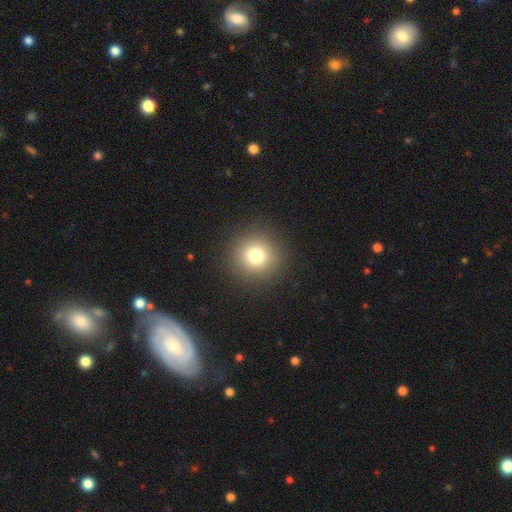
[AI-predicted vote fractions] smooth-or-featured: smooth: 77% | star or artifact: 14% | featured or disk: 9%
  how-rounded: round: 94% | in between: 5% | cigar-shaped: 1%
  merging: none: 91% | minor disturbance: 5% | major disturbance: 3% | merger: 1%